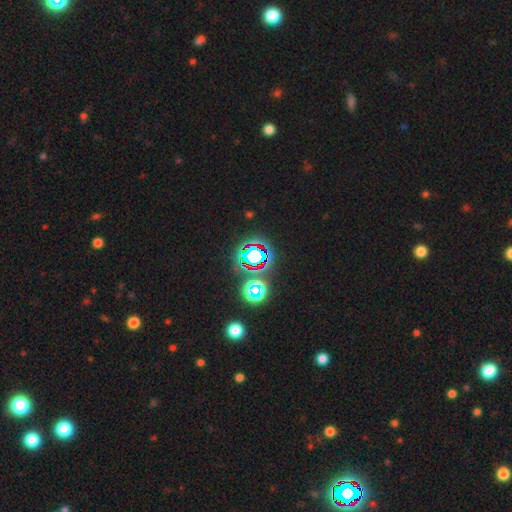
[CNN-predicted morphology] A star or artifact, not a galaxy (75%).